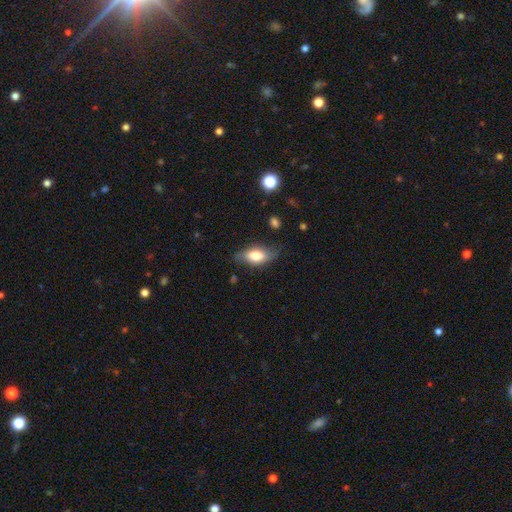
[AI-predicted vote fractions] smooth 69%, featured or disk 24%, star or artifact 7%. Down the decision tree: how rounded — in between (84%); merging — none (72%).